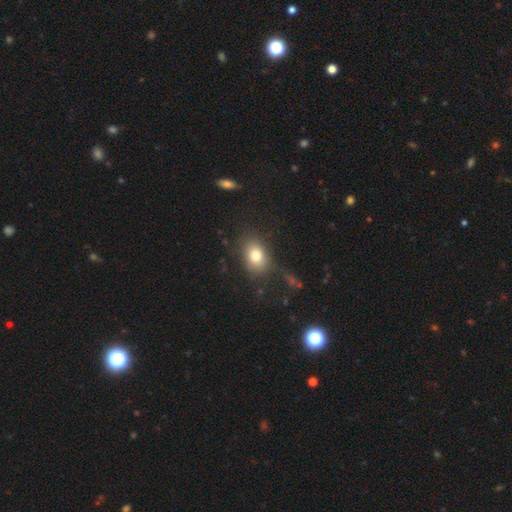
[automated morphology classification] smooth 80%, featured or disk 10%, star or artifact 9%. Down the decision tree: how rounded — in between (73%); merging — none (74%).